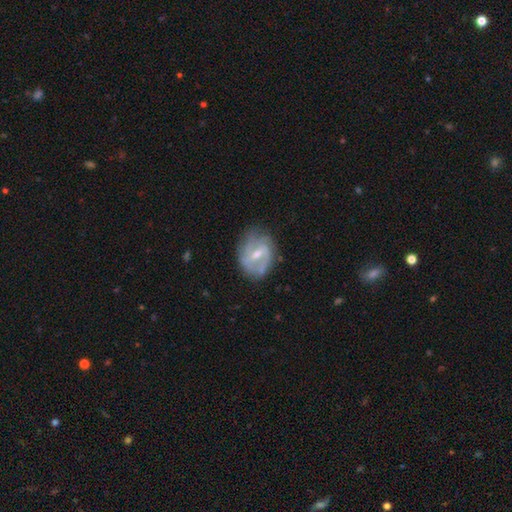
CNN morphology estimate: A featured or disk galaxy (76%) with a weak bar (55%), 2 (60%) medium (44%) spiral arms (84%) and a moderate central bulge (53%). Merging: none (64%).